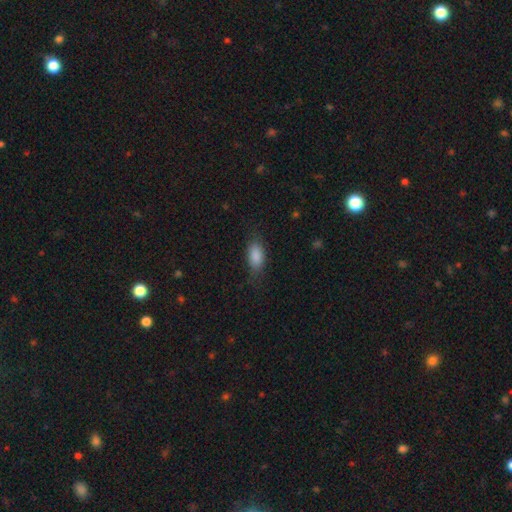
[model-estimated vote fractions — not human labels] This appears to be a smooth galaxy with no disk features (87%) that is in between round and cigar-shaped (88%). Merging: none (72%).